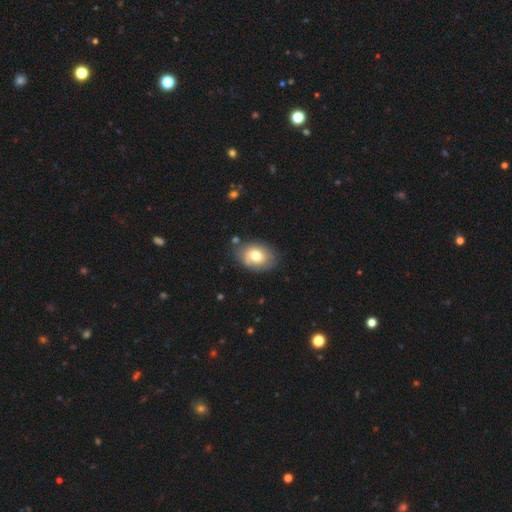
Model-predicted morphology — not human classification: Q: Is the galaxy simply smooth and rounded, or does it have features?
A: smooth — 63%.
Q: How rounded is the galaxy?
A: in between — 70%.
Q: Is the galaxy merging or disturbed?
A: none — 71%.